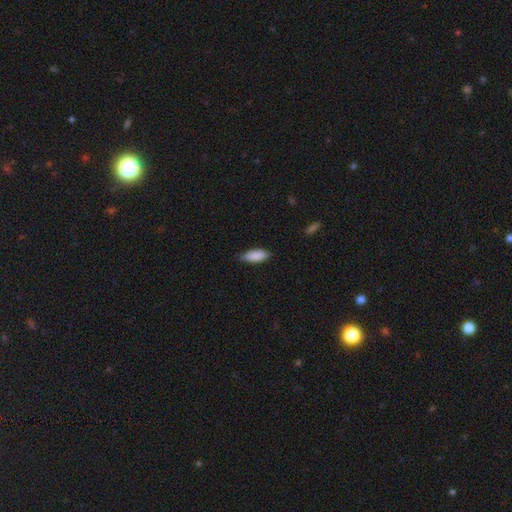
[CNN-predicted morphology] Q: Smooth or featured?
A: smooth (89%); runner-up: star or artifact (6%)
Q: How rounded?
A: in between (76%); runner-up: cigar-shaped (22%)
Q: Merging?
A: none (75%); runner-up: minor disturbance (22%)